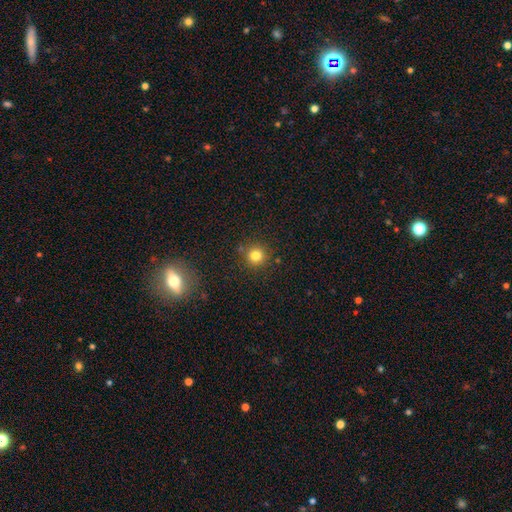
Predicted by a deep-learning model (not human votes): The model was most divided on "smooth or featured": smooth: 79%, star or artifact: 14%, featured or disk: 6%. More confident: how rounded — round (94%); merging — none (87%).